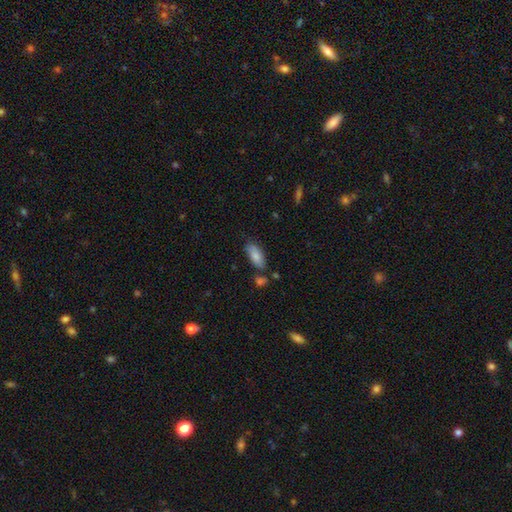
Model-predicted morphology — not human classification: This appears to be a smooth galaxy with no disk features (83%) that is in between round and cigar-shaped (84%). Merging: none (70%).